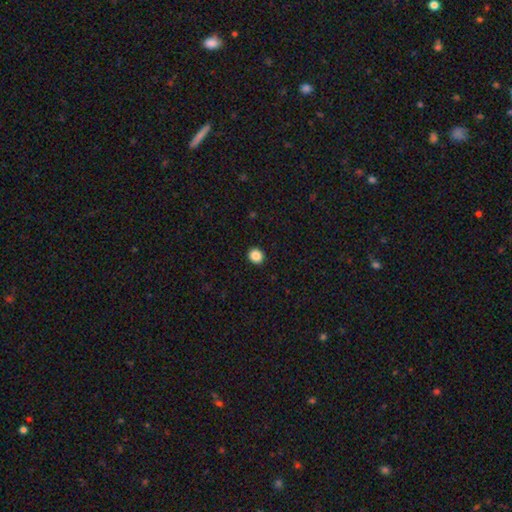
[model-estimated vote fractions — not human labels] Q: Smooth or featured?
A: smooth (88%); runner-up: star or artifact (10%)
Q: How rounded?
A: round (81%); runner-up: in between (19%)
Q: Merging?
A: none (93%); runner-up: minor disturbance (5%)